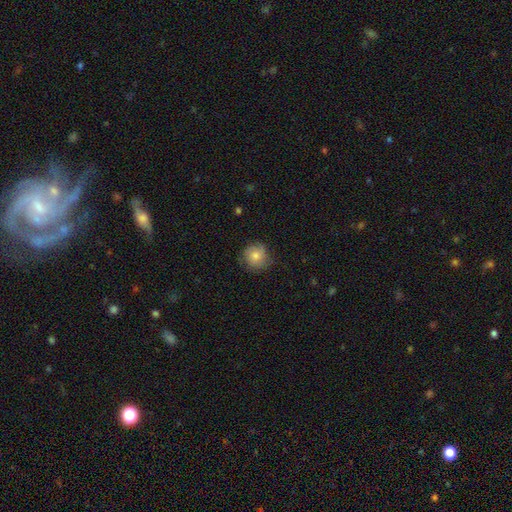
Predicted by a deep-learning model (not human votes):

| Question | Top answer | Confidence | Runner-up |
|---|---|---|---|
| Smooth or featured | smooth | 75% | featured or disk (16%) |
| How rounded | round | 91% | in between (8%) |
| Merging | none | 73% | minor disturbance (21%) |